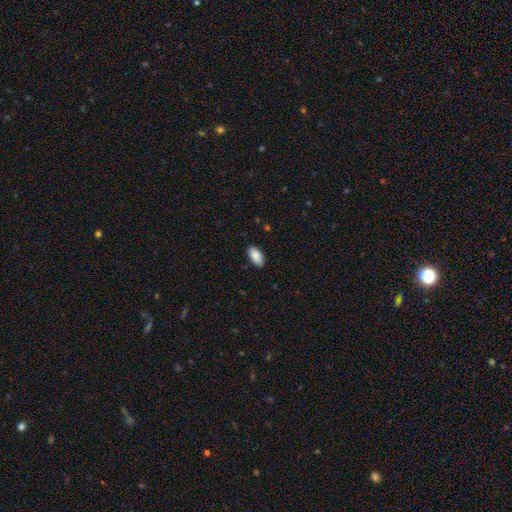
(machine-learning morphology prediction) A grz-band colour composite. It shows a smooth galaxy with no disk features (89%) that is in between round and cigar-shaped (94%). Merging: none (88%).